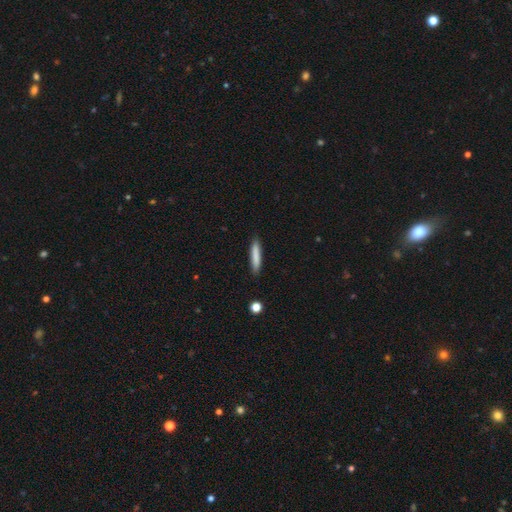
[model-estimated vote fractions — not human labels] Q: Smooth or featured?
A: smooth (82%); runner-up: featured or disk (11%)
Q: How rounded?
A: cigar-shaped (90%); runner-up: in between (9%)
Q: Merging?
A: none (89%); runner-up: minor disturbance (8%)